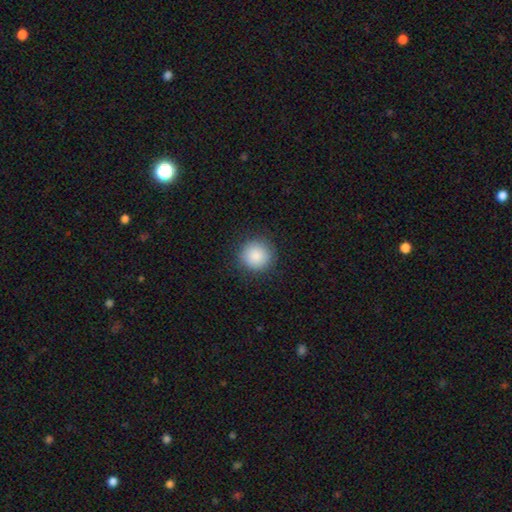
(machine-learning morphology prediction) This appears to be a smooth galaxy with no disk features (88%) that is round (95%). Merging: none (89%).